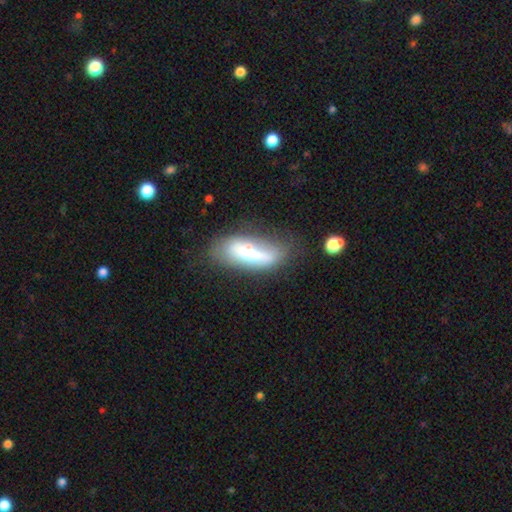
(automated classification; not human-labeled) Smooth or featured?
  - smooth: 52% *
  - featured or disk: 39%
  - star or artifact: 10%
How rounded?
  - in between: 61% *
  - cigar-shaped: 36%
  - round: 3%
Merging?
  - none: 43% *
  - minor disturbance: 25%
  - major disturbance: 20%
  - merger: 13%